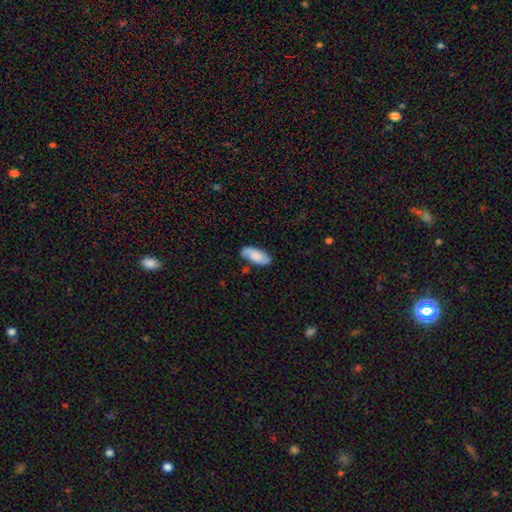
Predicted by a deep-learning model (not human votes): Morphology: type=smooth (68%); roundness=in between (86%); merging=none (72%).